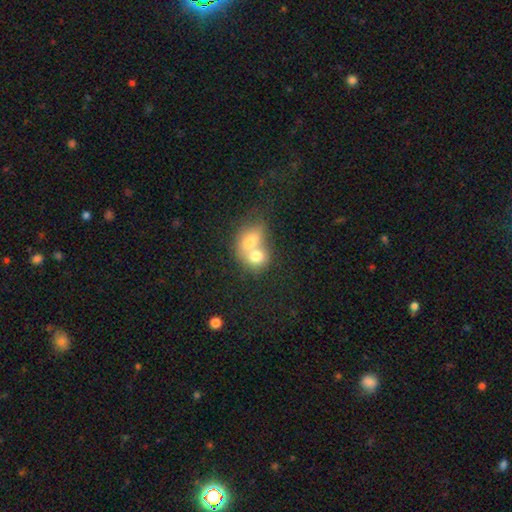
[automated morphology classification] The model was most divided on "how rounded": round: 55%, in between: 44%, cigar-shaped: 1%. More confident: merging — merger (75%); smooth or featured — smooth (69%).